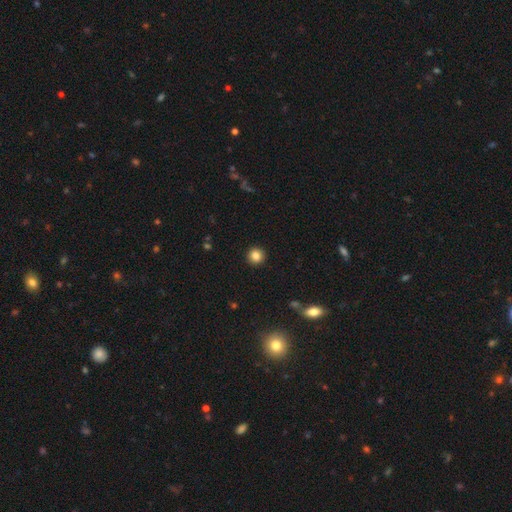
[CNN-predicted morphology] A smooth galaxy with no disk features (84%) that is round (93%).

Vote fractions:
- Smooth or featured? smooth: 84% / star or artifact: 10% / featured or disk: 5%
- How rounded? round: 93% / in between: 6% / cigar-shaped: 1%
- Merging? none: 93% / minor disturbance: 5% / major disturbance: 2% / merger: 1%